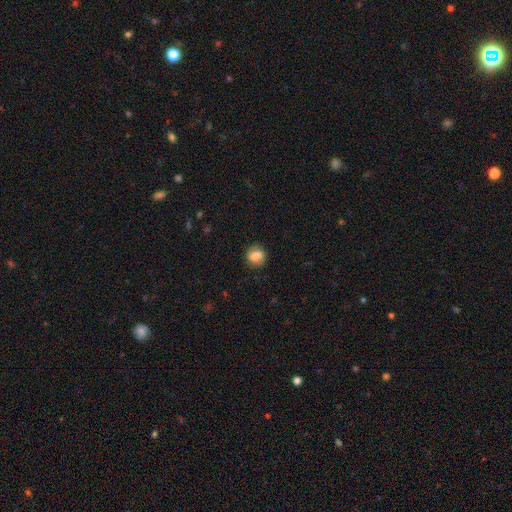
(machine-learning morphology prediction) This appears to be a smooth galaxy with no disk features (68%) that is round (61%). Merging: none (80%).